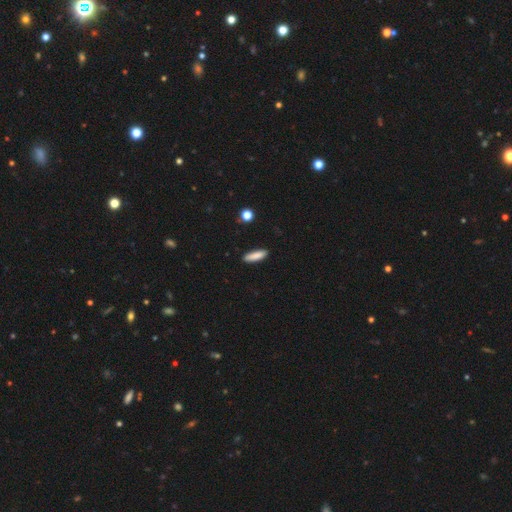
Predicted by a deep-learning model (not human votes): Smooth or featured?
  - smooth: 86% *
  - featured or disk: 7%
  - star or artifact: 7%
How rounded?
  - cigar-shaped: 65% *
  - in between: 33%
  - round: 2%
Merging?
  - none: 87% *
  - minor disturbance: 10%
  - major disturbance: 2%
  - merger: 1%